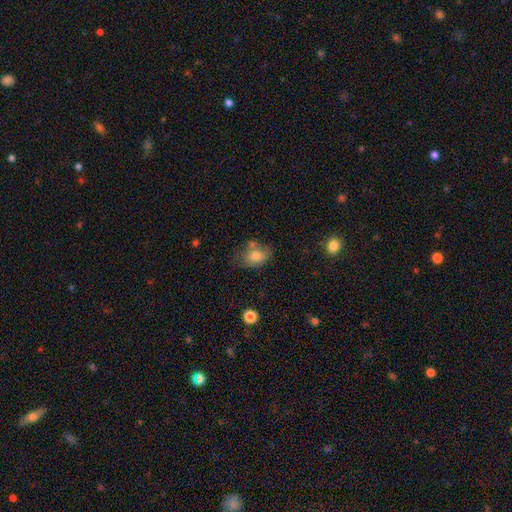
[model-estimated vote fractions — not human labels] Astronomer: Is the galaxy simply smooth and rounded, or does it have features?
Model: smooth — 76%.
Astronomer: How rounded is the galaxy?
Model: in between — 72%.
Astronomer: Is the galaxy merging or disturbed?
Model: none — 53%.